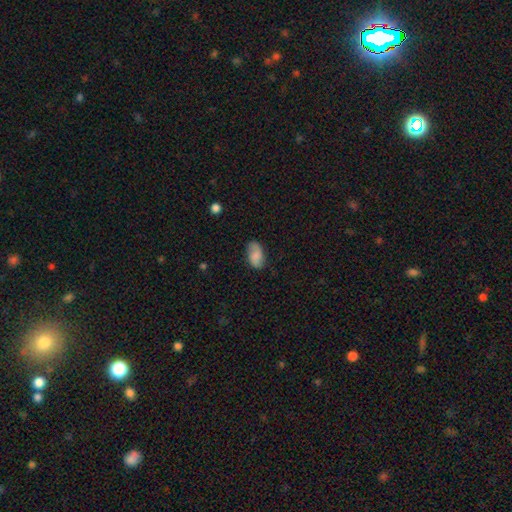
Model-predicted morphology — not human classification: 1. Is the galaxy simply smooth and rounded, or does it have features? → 67% smooth, 25% featured or disk, 8% star or artifact.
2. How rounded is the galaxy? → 92% in between, 6% round, 2% cigar-shaped.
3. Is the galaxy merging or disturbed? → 75% none, 19% minor disturbance, 5% major disturbance, 1% merger.